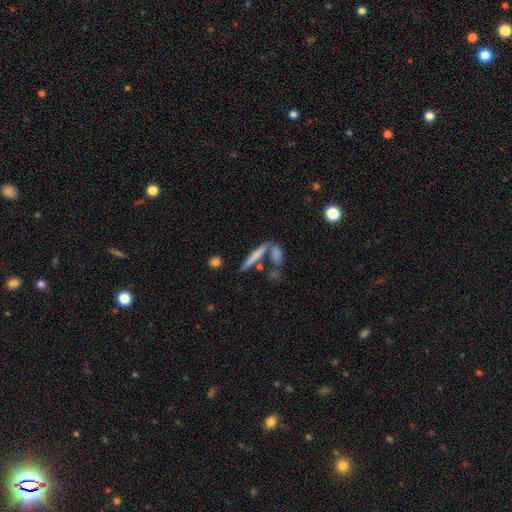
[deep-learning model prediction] This appears to be a smooth galaxy with no disk features (60%) that is cigar-shaped (85%). Merging: none (59%).